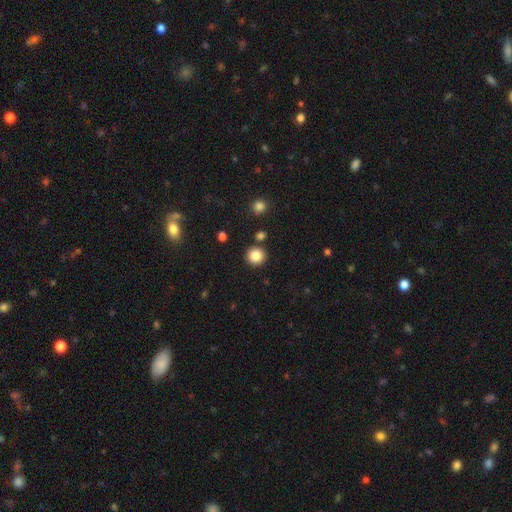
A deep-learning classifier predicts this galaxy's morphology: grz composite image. It shows a smooth galaxy with no disk features (85%) that is round (94%). Merging: none (88%).